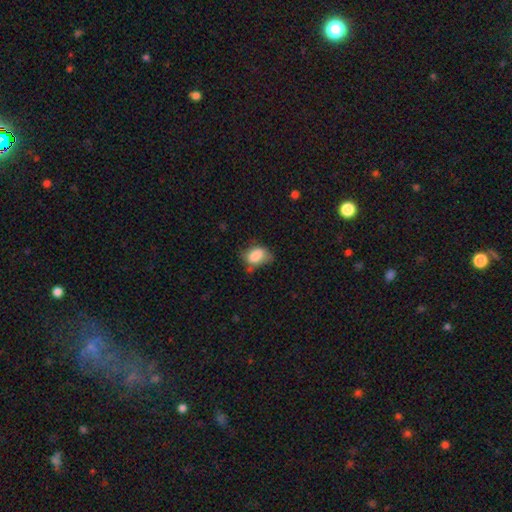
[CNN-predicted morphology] smooth_or_featured: smooth (p=0.83) [alt: featured or disk p=0.09]
how_rounded: in between (p=0.81) [alt: round p=0.17]
merging: none (p=0.46) [alt: minor disturbance p=0.36]